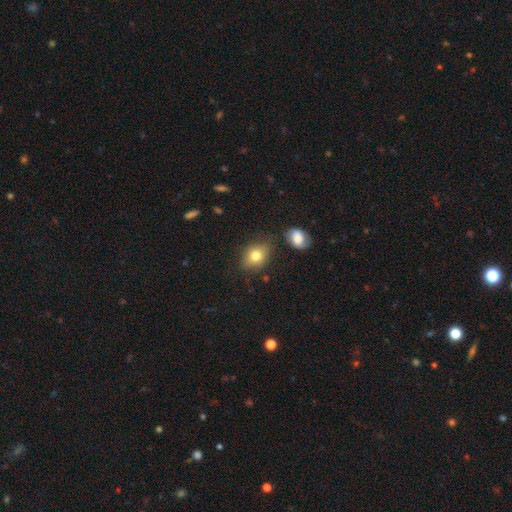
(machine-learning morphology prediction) Smooth or featured? Predicted: smooth (p=0.79). How rounded? Predicted: in between (p=0.67). Merging? Predicted: none (p=0.74).